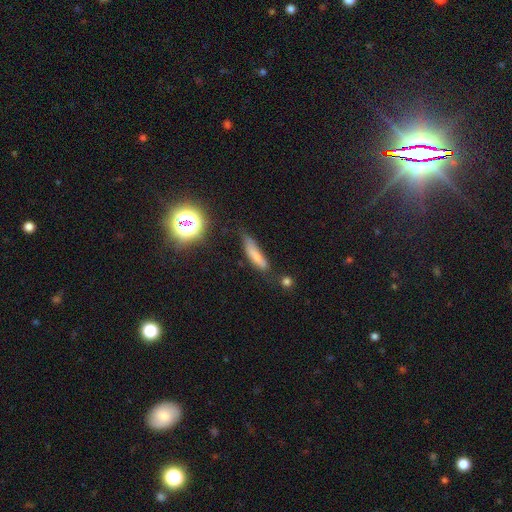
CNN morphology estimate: Overall: smooth (72%). How rounded: cigar-shaped (70%). Merging: none (49%; minor disturbance 33%).